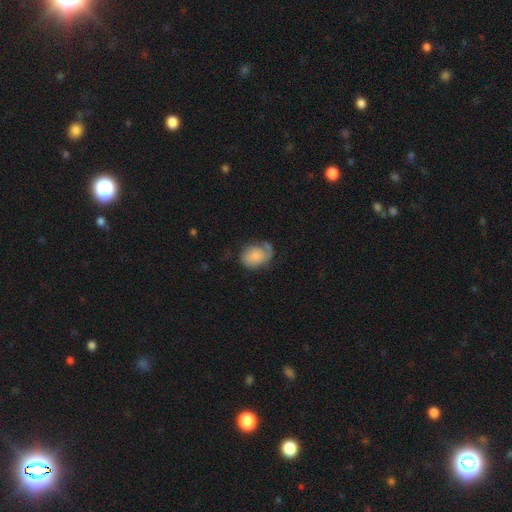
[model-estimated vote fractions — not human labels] This appears to be a smooth galaxy with no disk features (60%) that is in between round and cigar-shaped (71%). Merging: none (45%).